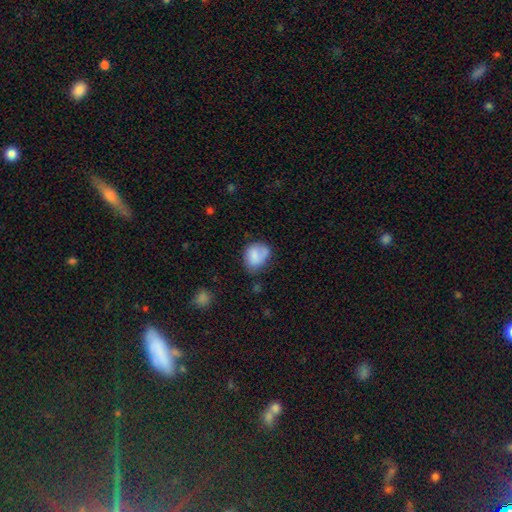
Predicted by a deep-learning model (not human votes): Smooth or featured? smooth (75%)
How rounded? in between (58%)
Merging? none (49%)